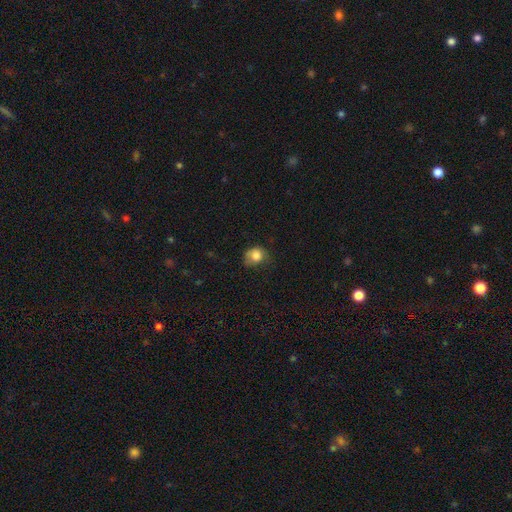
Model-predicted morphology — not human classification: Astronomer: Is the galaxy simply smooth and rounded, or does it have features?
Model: smooth — 79%.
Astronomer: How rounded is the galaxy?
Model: round — 61% (runner-up: in between, 38%).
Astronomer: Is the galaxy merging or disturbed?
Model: none — 46% (runner-up: minor disturbance, 36%).